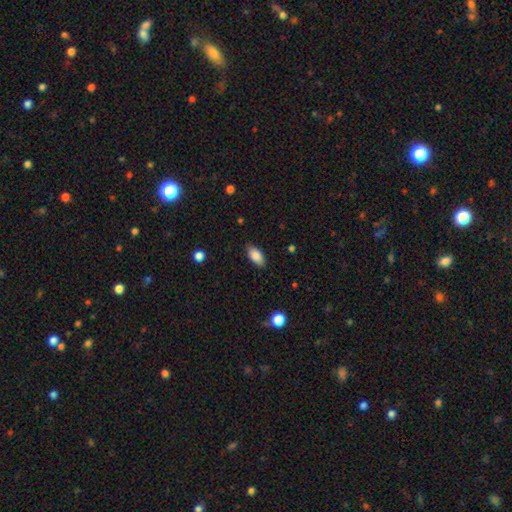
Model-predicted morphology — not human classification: The model was most divided on "merging": none: 85%, minor disturbance: 12%, major disturbance: 3%, merger: 1%. More confident: how rounded — in between (91%); smooth or featured — smooth (86%).